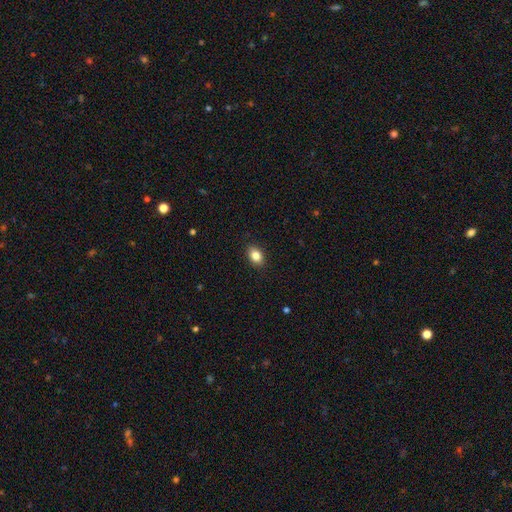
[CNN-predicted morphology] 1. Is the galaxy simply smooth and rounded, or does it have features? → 84% smooth, 9% star or artifact, 7% featured or disk.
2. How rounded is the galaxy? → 76% in between, 22% round, 1% cigar-shaped.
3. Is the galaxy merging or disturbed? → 89% none, 8% minor disturbance, 2% major disturbance, 1% merger.